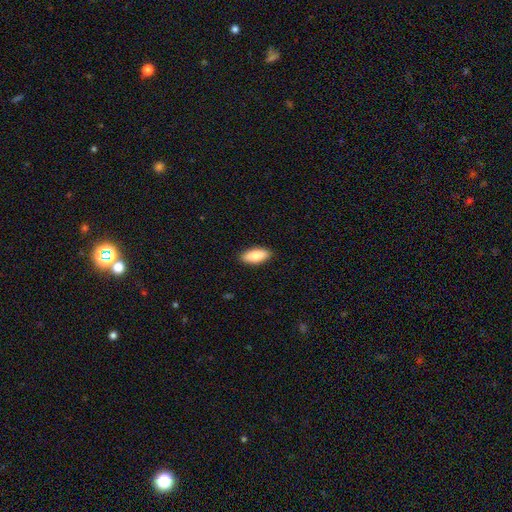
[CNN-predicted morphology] This is clearly a smooth galaxy (81%). How rounded: clearly in between (85%). Merging: clearly none (90%).